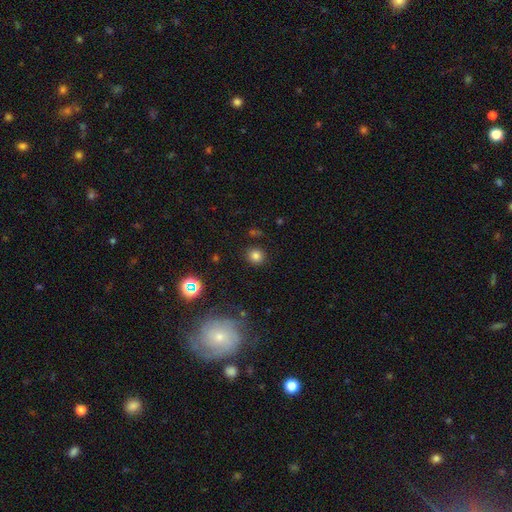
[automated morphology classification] Smooth or featured: smooth — 79% (star or artifact — 15%)
How rounded: round — 86% (in between — 13%)
Merging: none — 87% (minor disturbance — 8%)